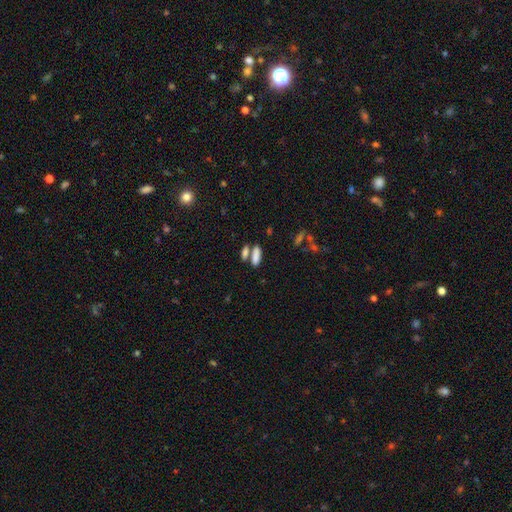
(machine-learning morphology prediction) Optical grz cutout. It shows a smooth galaxy with no disk features (82%) that is in between round and cigar-shaped (52%). Merging: none (53%).